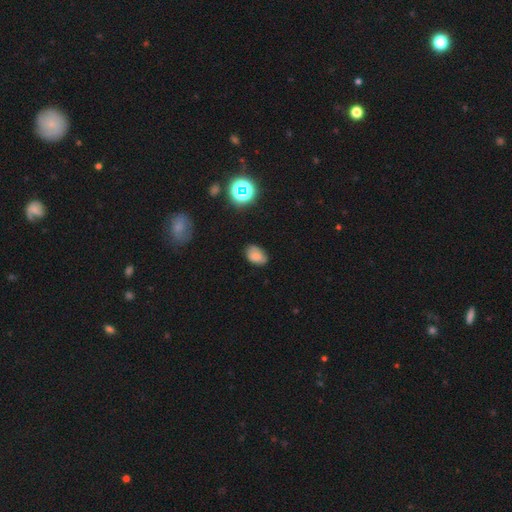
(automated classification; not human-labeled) Overall: smooth (77%). How rounded: in between (83%). Merging: none (71%).